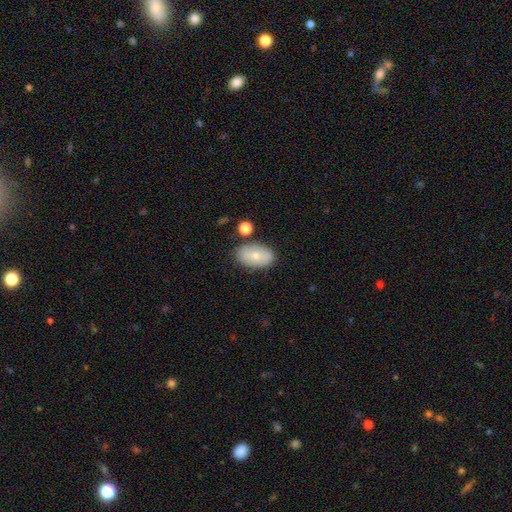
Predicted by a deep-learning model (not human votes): Overall: smooth (71%). How rounded: in between (90%). Merging: none (78%).